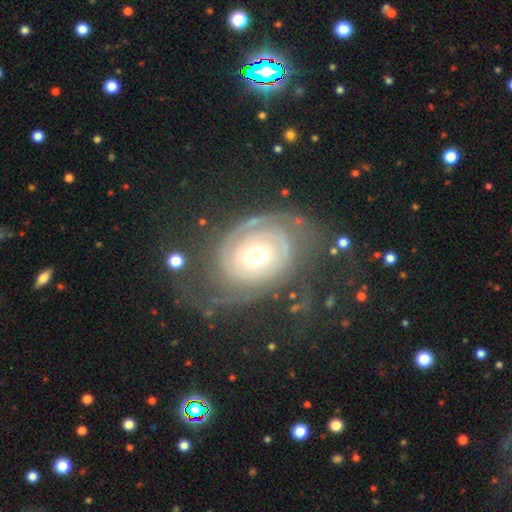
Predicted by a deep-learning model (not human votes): Smooth or featured?
  - featured or disk: 87% *
  - smooth: 8%
  - star or artifact: 5%
Edge-on disk?
  - no: 97% *
  - yes: 3%
Bar?
  - no: 72% *
  - weak: 21%
  - strong: 7%
Spiral arms?
  - yes: 93% *
  - no: 7%
Spiral winding?
  - tight: 73% *
  - medium: 20%
  - loose: 7%
Spiral arm count?
  - 2: 44% *
  - can't tell: 24%
  - 3: 12%
  - 1: 9%
  - 4: 5%
  - more than 4: 5%
Bulge size?
  - moderate: 65% *
  - large: 22%
  - small: 9%
  - dominant: 2%
  - none: 1%
Merging?
  - none: 63% *
  - minor disturbance: 18%
  - major disturbance: 17%
  - merger: 2%